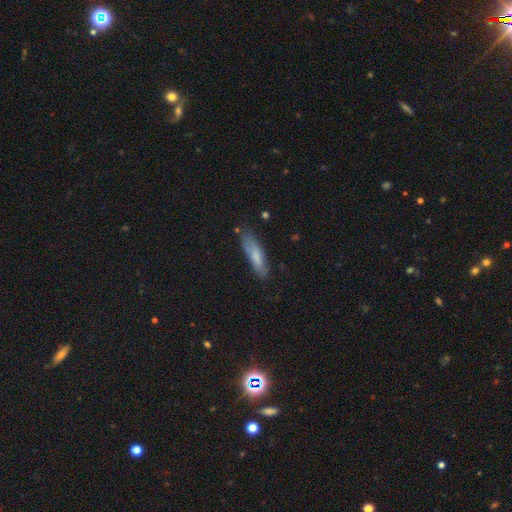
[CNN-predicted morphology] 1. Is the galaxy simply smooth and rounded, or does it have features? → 74% smooth, 20% featured or disk, 6% star or artifact.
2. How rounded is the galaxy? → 68% cigar-shaped, 30% in between, 1% round.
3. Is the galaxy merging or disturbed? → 72% none, 21% minor disturbance, 5% major disturbance, 3% merger.